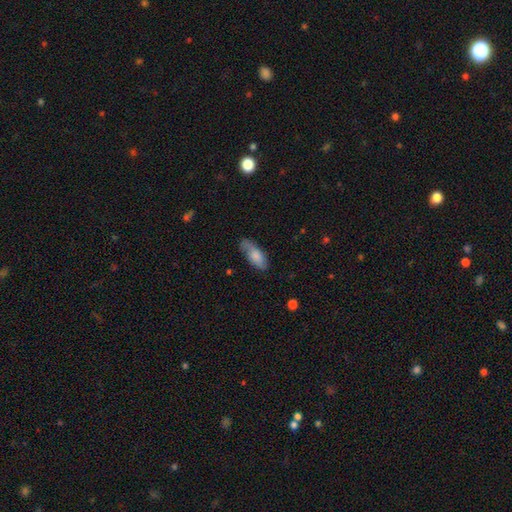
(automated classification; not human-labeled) Smooth or featured?
  - smooth: 67% *
  - featured or disk: 27%
  - star or artifact: 6%
How rounded?
  - in between: 77% *
  - cigar-shaped: 20%
  - round: 2%
Merging?
  - none: 67% *
  - minor disturbance: 25%
  - major disturbance: 7%
  - merger: 2%